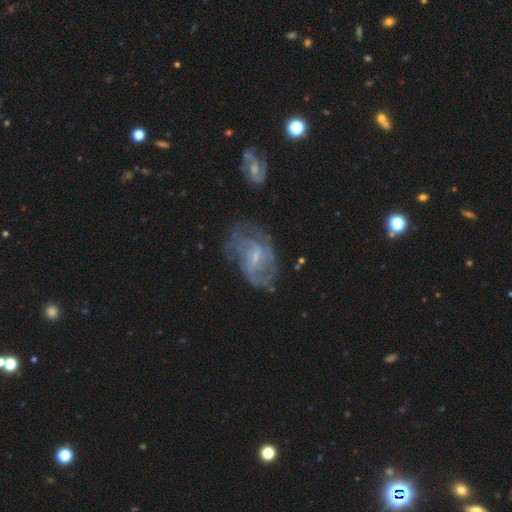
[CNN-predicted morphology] The model was most divided on "spiral winding": medium: 42%, tight: 35%, loose: 23%. Remaining: edge-on disk — no (97%); spiral arms — yes (84%); smooth or featured — featured or disk (78%); bulge size — small (62%); bar — weak (58%); merging — none (54%); spiral arm count — can't tell (41%).